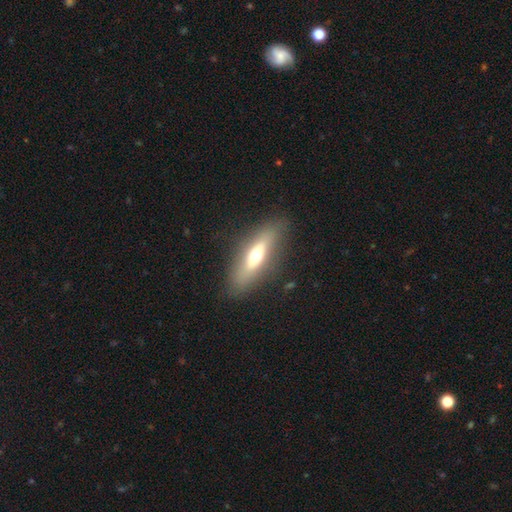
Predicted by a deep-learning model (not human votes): Q: Smooth or featured?
A: smooth (51%); runner-up: featured or disk (42%)
Q: How rounded?
A: cigar-shaped (56%); runner-up: in between (41%)
Q: Merging?
A: none (85%); runner-up: minor disturbance (10%)